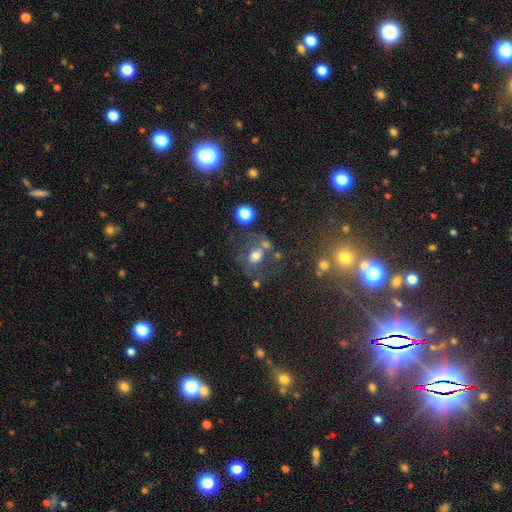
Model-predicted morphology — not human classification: A smooth galaxy with no disk features (53%) that is round (51%). Merging: none (42%).